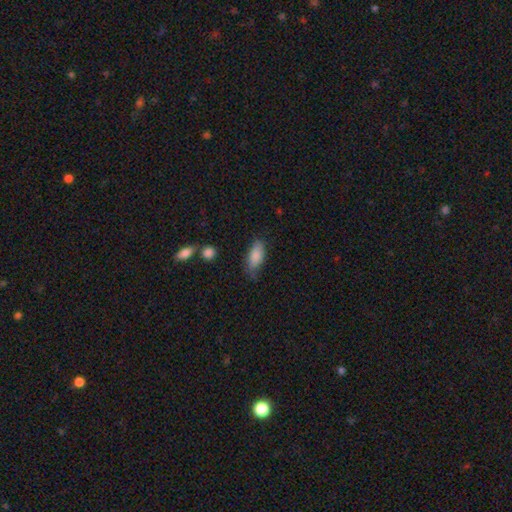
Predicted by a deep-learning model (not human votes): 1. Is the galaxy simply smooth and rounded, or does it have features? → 85% smooth, 8% featured or disk, 7% star or artifact.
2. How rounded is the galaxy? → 85% in between, 12% cigar-shaped, 3% round.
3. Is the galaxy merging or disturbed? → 64% none, 27% minor disturbance, 7% major disturbance, 3% merger.